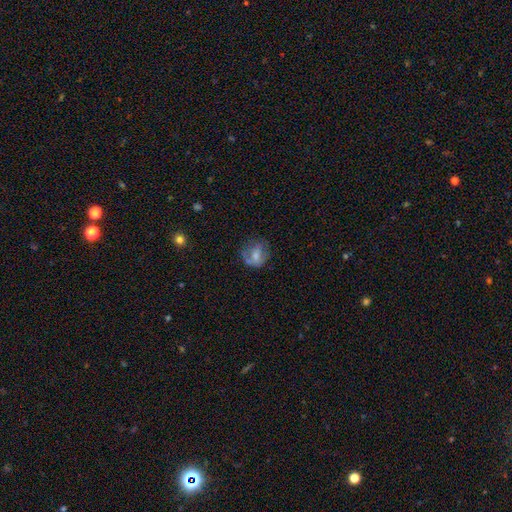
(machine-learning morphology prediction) smooth_or_featured: smooth (p=0.57) [alt: featured or disk p=0.33]
how_rounded: round (p=0.60) [alt: in between p=0.39]
merging: none (p=0.49) [alt: minor disturbance p=0.26]